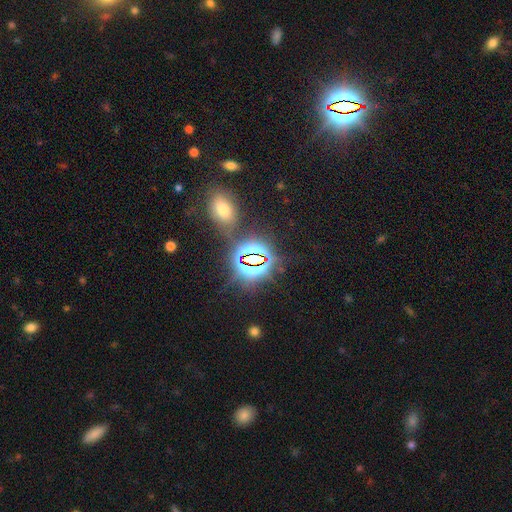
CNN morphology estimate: The model was most divided on "smooth or featured": star or artifact: 80%, smooth: 13%, featured or disk: 8%.